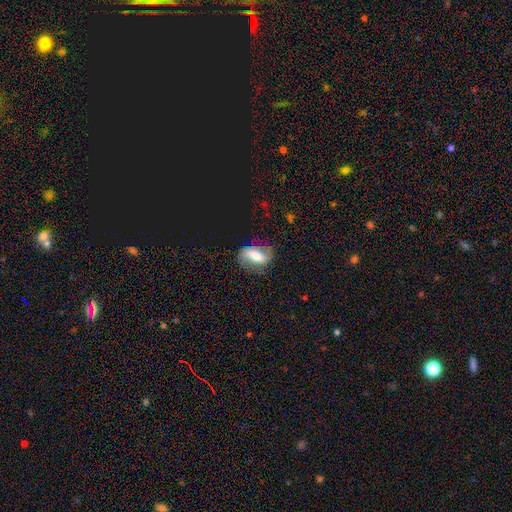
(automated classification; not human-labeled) A featured or disk galaxy (53%). Merging: none (70%).